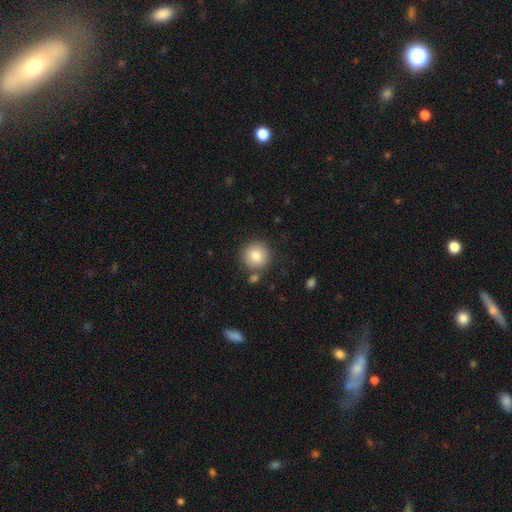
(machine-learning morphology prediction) The model was most divided on "merging": none: 81%, minor disturbance: 9%, merger: 8%, major disturbance: 3%. More confident: how rounded — round (94%); smooth or featured — smooth (83%).